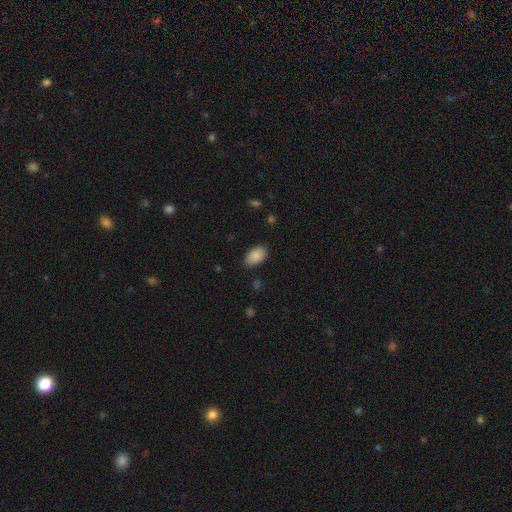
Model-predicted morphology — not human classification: Smooth or featured?
  - smooth: 89% *
  - star or artifact: 7%
  - featured or disk: 4%
How rounded?
  - in between: 91% *
  - round: 8%
  - cigar-shaped: 1%
Merging?
  - none: 81% *
  - minor disturbance: 15%
  - major disturbance: 3%
  - merger: 1%